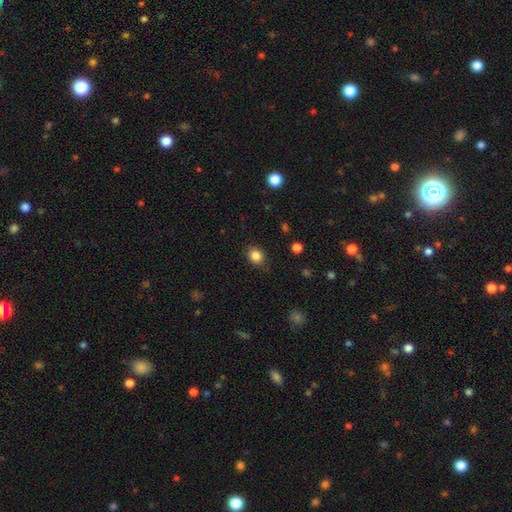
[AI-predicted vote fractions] smooth_or_featured: smooth (p=0.85) [alt: star or artifact p=0.10]
how_rounded: round (p=0.61) [alt: in between p=0.38]
merging: none (p=0.85) [alt: minor disturbance p=0.11]